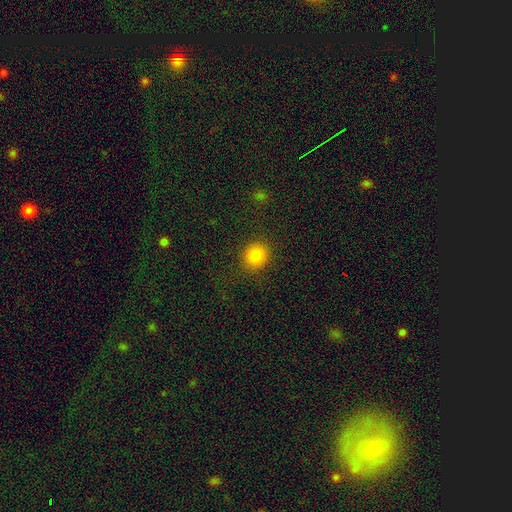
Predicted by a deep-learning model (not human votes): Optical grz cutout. It shows a smooth galaxy with no disk features (84%) that is round (82%). Merging: none (88%).